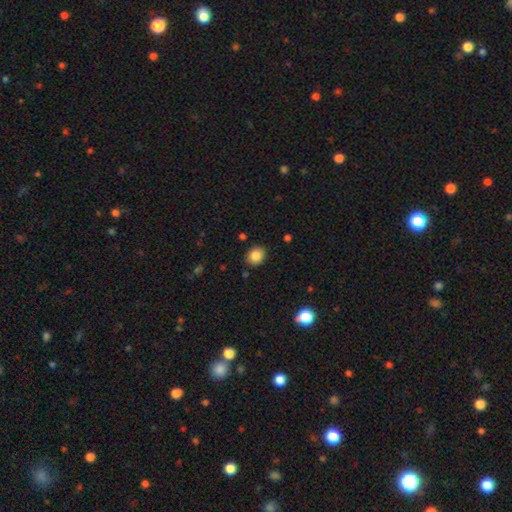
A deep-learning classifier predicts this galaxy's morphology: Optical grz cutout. It shows a smooth galaxy with no disk features (85%) that is round (67%). Merging: none (86%).